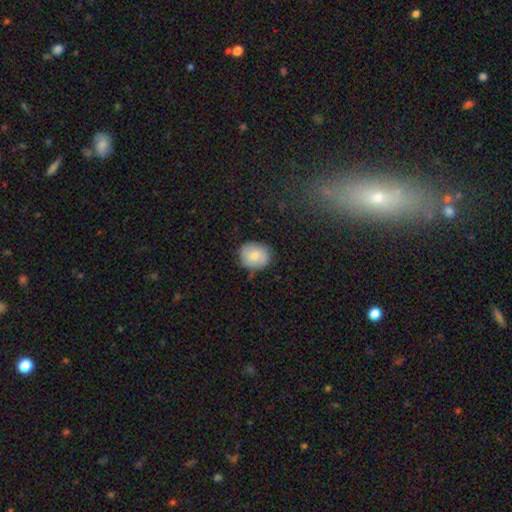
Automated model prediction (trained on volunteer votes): Smooth or featured? Predicted: smooth (p=0.77). How rounded? Predicted: round (p=0.65). Merging? Predicted: none (p=0.80).